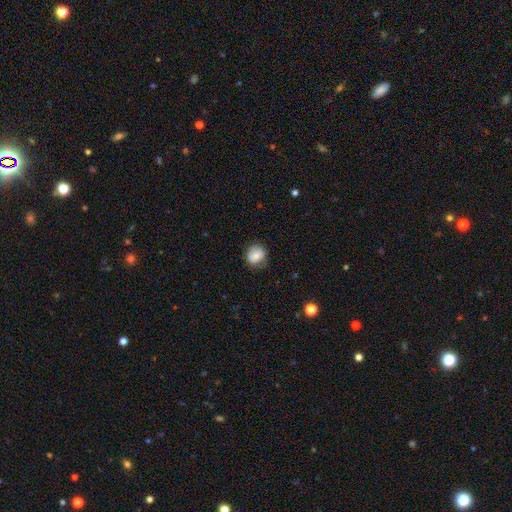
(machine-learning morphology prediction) The model was most divided on "merging": none: 74%, minor disturbance: 19%, major disturbance: 6%, merger: 1%. More confident: how rounded — round (81%); smooth or featured — smooth (74%).